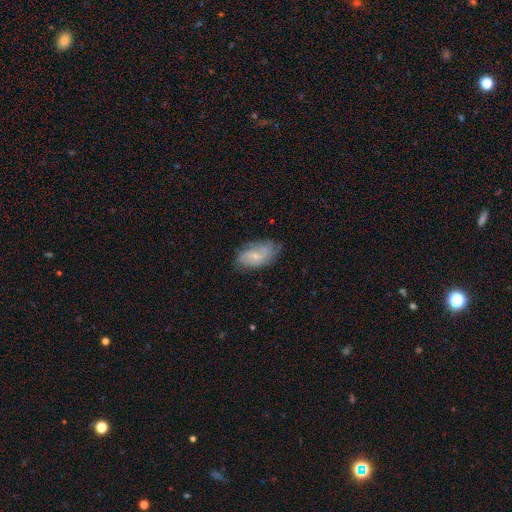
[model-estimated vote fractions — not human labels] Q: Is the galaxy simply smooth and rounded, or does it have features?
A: featured or disk — 60%.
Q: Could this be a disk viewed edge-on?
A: no — 96%.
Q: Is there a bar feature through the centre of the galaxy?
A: no — 56%.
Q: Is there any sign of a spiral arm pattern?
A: yes — 88%.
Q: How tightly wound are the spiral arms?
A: medium — 42%.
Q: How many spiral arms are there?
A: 2 — 48%.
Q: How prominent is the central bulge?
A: small — 70%.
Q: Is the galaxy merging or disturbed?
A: none — 69%.